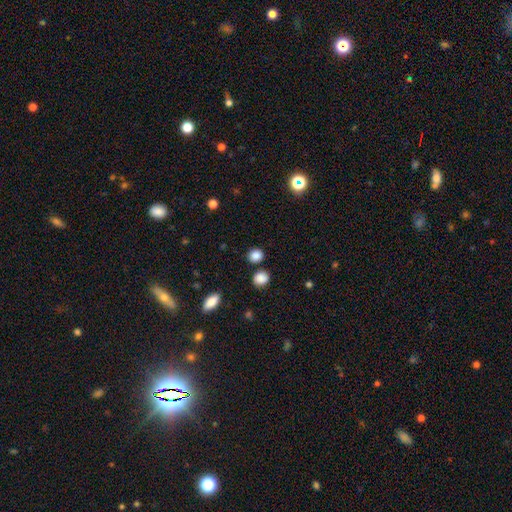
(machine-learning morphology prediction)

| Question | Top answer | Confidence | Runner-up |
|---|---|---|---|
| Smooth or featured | smooth | 85% | star or artifact (11%) |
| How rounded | round | 81% | in between (17%) |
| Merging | none | 82% | minor disturbance (8%) |